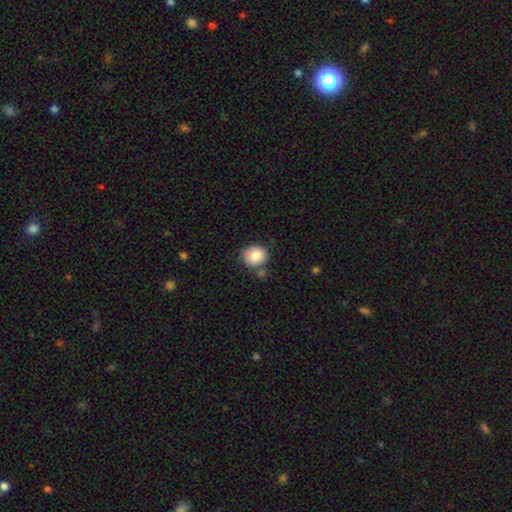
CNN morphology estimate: type=smooth (83%); roundness=round (74%); merging=none (64%).